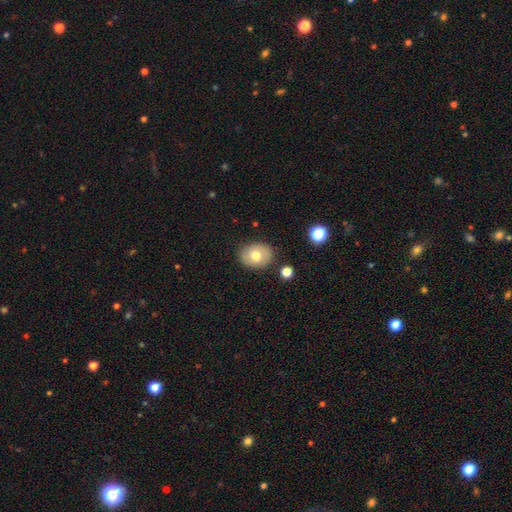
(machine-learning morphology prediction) smooth_or_featured: smooth (p=0.71) [alt: featured or disk p=0.21]
how_rounded: in between (p=0.52) [alt: round p=0.47]
merging: none (p=0.84) [alt: minor disturbance p=0.11]